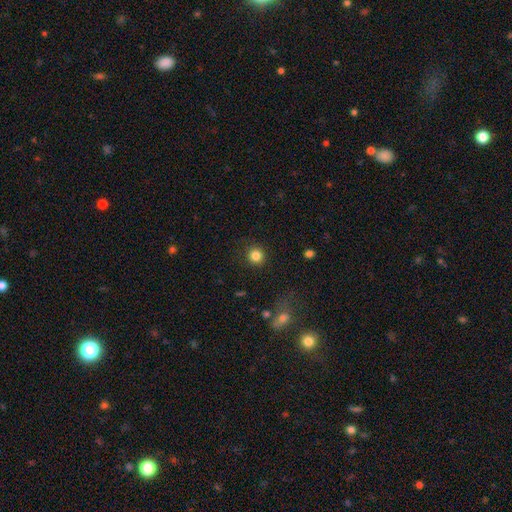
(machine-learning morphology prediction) Smooth or featured? Predicted: smooth (p=0.84). How rounded? Predicted: round (p=0.92). Merging? Predicted: none (p=0.89).